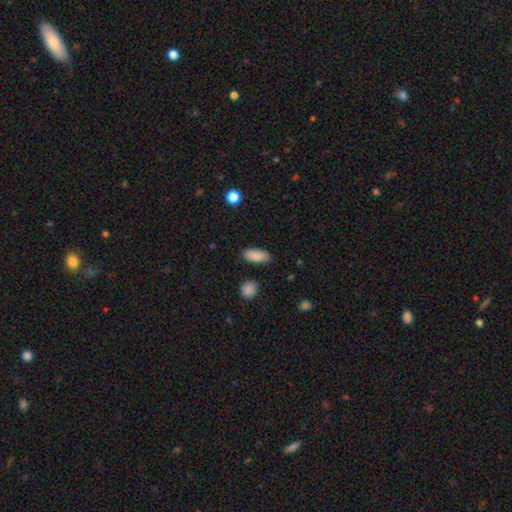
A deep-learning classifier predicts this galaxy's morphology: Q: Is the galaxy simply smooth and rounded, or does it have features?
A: smooth — 88%.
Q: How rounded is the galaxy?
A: in between — 86%.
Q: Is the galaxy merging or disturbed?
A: none — 86%.